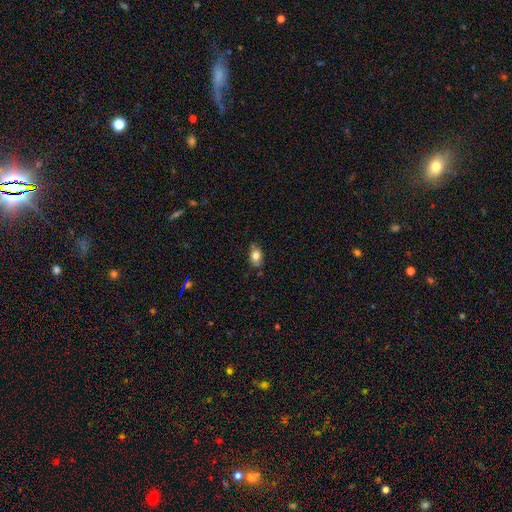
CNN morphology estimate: This appears to be a smooth galaxy with no disk features (79%) that is in between round and cigar-shaped (83%). Merging: none (73%).